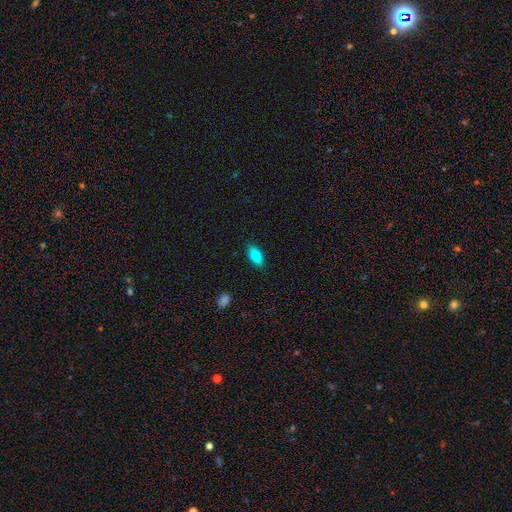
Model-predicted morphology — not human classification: Smooth or featured? smooth (85%)
How rounded? in between (91%)
Merging? none (87%)